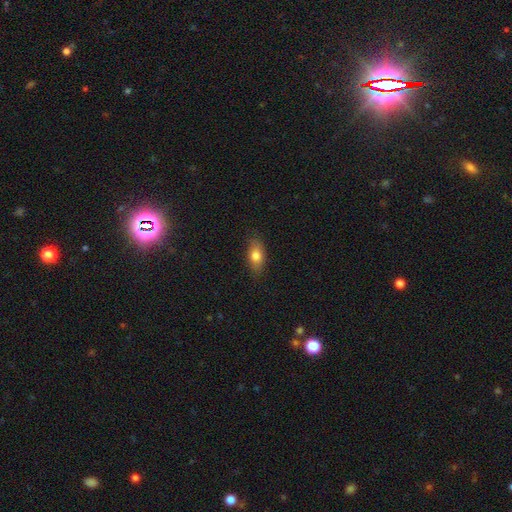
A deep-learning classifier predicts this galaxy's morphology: Smooth or featured? Predicted: smooth (p=0.78). How rounded? Predicted: in between (p=0.84). Merging? Predicted: none (p=0.82).